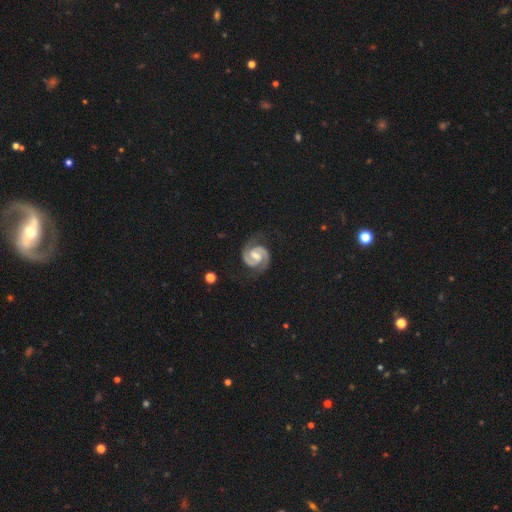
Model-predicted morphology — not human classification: This is clearly a featured or disk galaxy (92%). It is clearly not viewed edge-on (98%). Bar: possibly weak (54%). Spiral arm pattern: clearly yes (99%). Spiral arm count: clearly 2 (94%). Spiral winding: possibly tight (48%). Central bulge: possibly moderate (47%). Merging: likely none (80%).